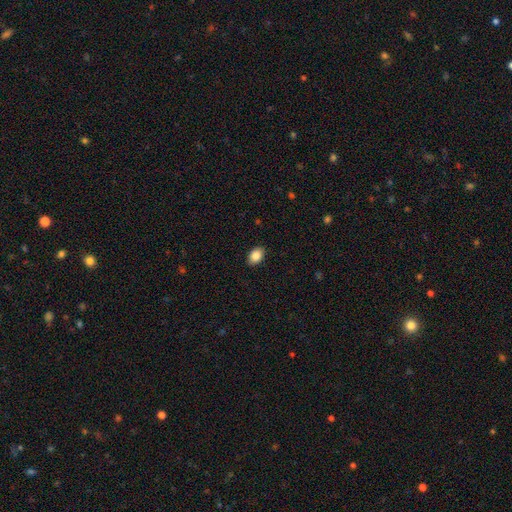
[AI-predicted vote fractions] Smooth or featured? Predicted: smooth (p=0.86). How rounded? Predicted: in between (p=0.84). Merging? Predicted: none (p=0.89).